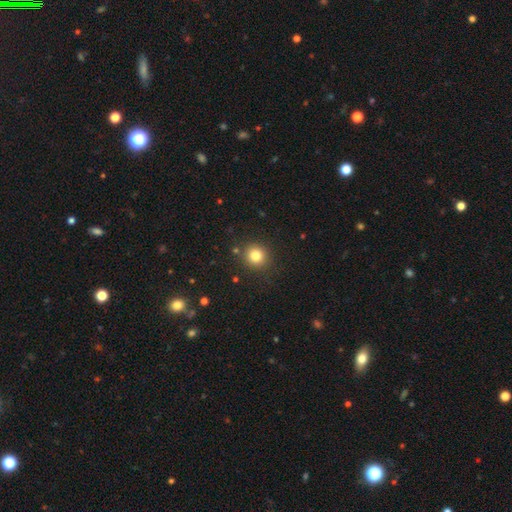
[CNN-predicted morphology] Overall: smooth (82%). How rounded: round (91%). Merging: none (88%).